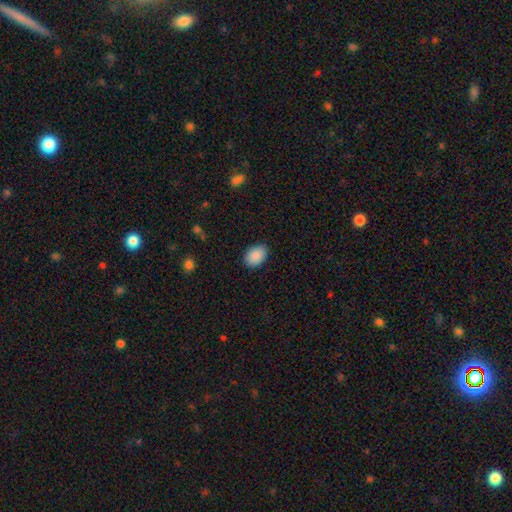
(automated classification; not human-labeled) Smooth or featured? Predicted: smooth (p=0.90). How rounded? Predicted: in between (p=0.81). Merging? Predicted: none (p=0.86).